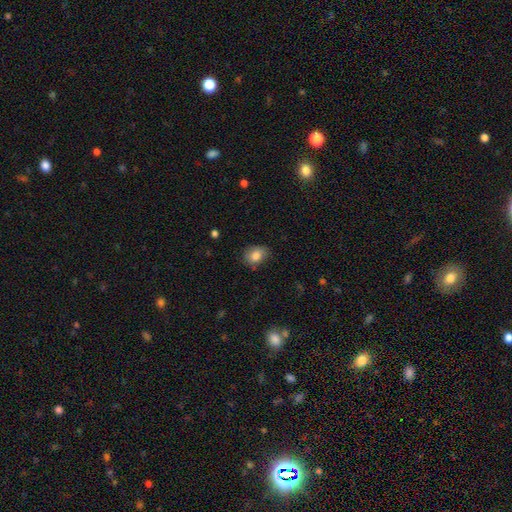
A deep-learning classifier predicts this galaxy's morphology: A smooth galaxy with no disk features (83%) that is in between round and cigar-shaped (62%).

Vote fractions:
- Smooth or featured? smooth: 83% / star or artifact: 9% / featured or disk: 8%
- How rounded? in between: 62% / round: 37% / cigar-shaped: 1%
- Merging? none: 76% / minor disturbance: 19% / major disturbance: 4% / merger: 1%